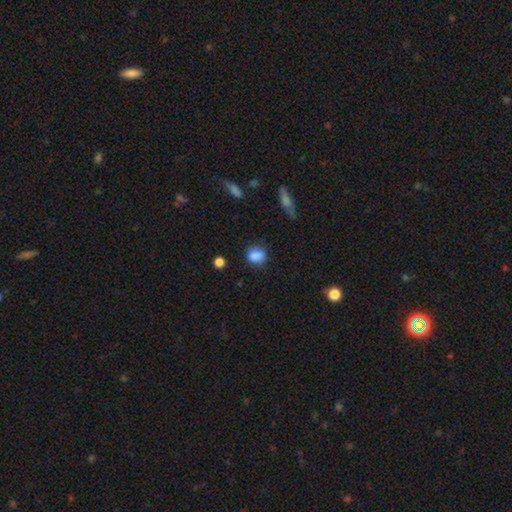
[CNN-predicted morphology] Q: Smooth or featured?
A: smooth (85%); runner-up: star or artifact (9%)
Q: How rounded?
A: in between (52%); runner-up: round (46%)
Q: Merging?
A: none (72%); runner-up: minor disturbance (20%)